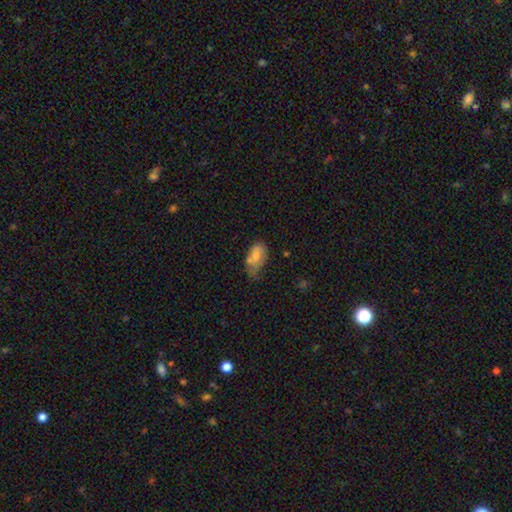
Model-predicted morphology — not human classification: A smooth galaxy with no disk features (62%) that is in between round and cigar-shaped (90%). Merging: none (41%).